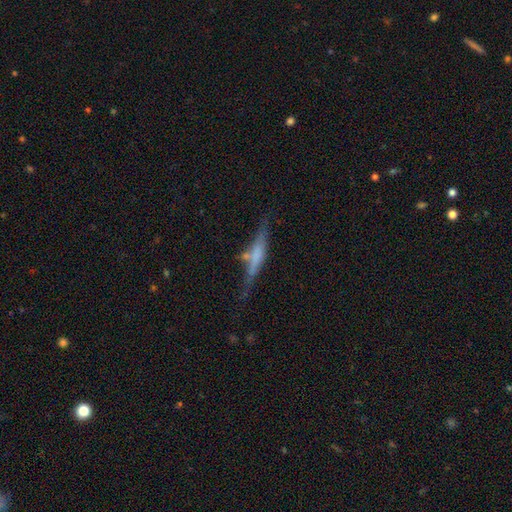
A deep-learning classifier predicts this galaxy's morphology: type=featured or disk (54%); edge-on=yes (93%); edge-on bulge=rounded (40%); merging=none (64%).